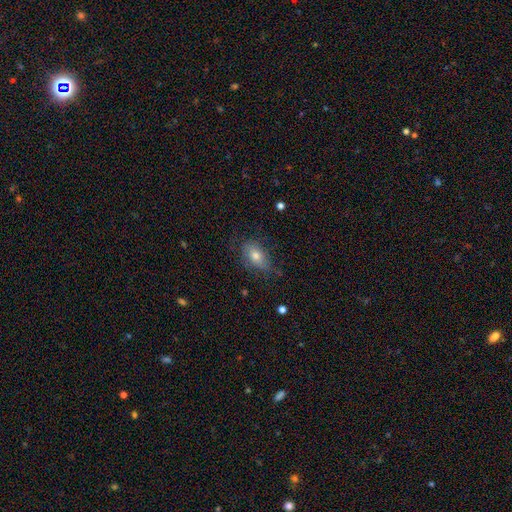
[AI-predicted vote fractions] smooth_or_featured: smooth (p=0.68) [alt: featured or disk p=0.22]
how_rounded: in between (p=0.84) [alt: round p=0.12]
merging: none (p=0.66) [alt: minor disturbance p=0.25]